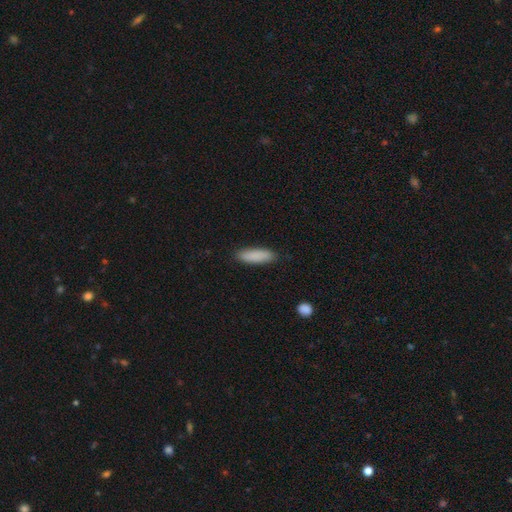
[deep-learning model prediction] A smooth galaxy with no disk features (88%) that is cigar-shaped (60%).

Vote fractions:
- Smooth or featured? smooth: 88% / star or artifact: 6% / featured or disk: 6%
- How rounded? cigar-shaped: 60% / in between: 38% / round: 2%
- Merging? none: 88% / minor disturbance: 9% / major disturbance: 2% / merger: 1%